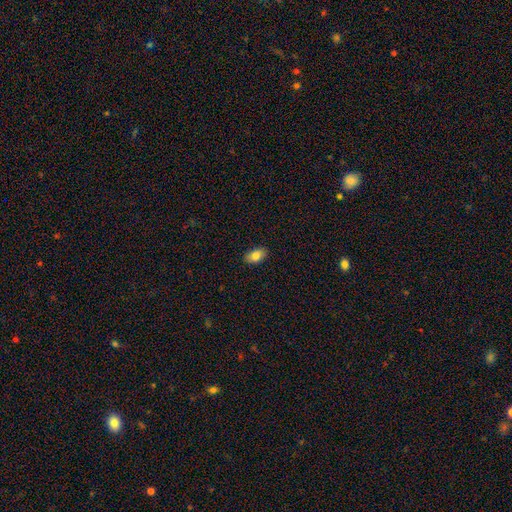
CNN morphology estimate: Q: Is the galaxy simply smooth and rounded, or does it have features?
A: smooth — 83%.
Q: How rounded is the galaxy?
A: in between — 91%.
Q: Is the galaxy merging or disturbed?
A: none — 88%.